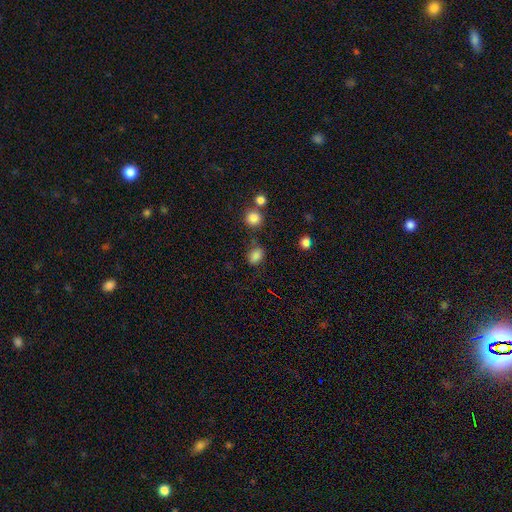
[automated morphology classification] Smooth or featured: smooth — 81% (star or artifact — 14%)
How rounded: in between — 60% (round — 38%)
Merging: none — 71% (minor disturbance — 17%)